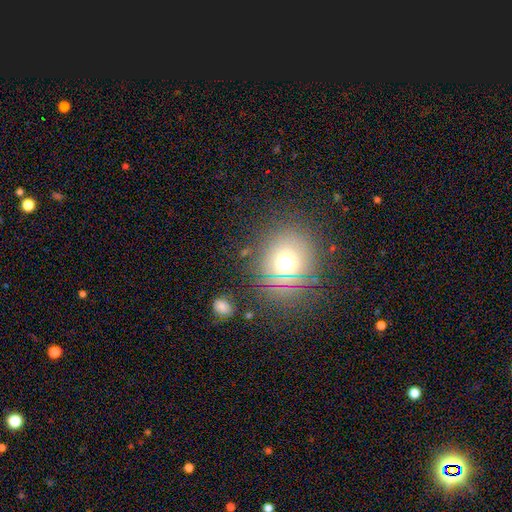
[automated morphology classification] The model was most divided on "smooth or featured": smooth: 60%, star or artifact: 24%, featured or disk: 16%. More confident: merging — none (82%); how rounded — round (76%).